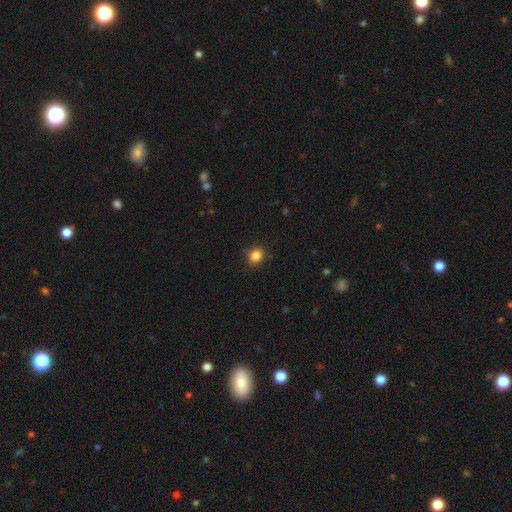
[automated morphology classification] This appears to be a smooth galaxy with no disk features (84%) that is round (69%). Merging: none (82%).